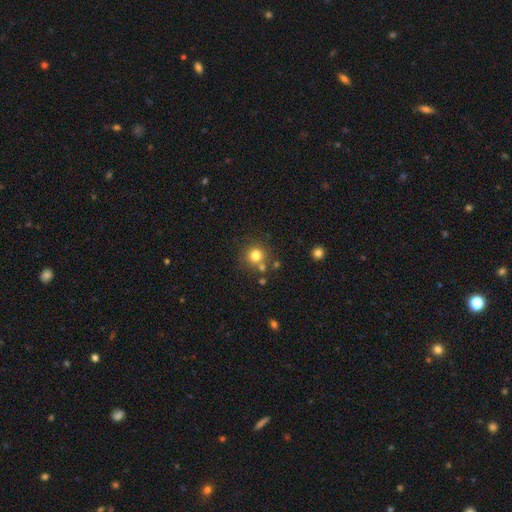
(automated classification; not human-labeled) This appears to be a smooth galaxy with no disk features (79%) that is round (92%). Merging: none (73%).